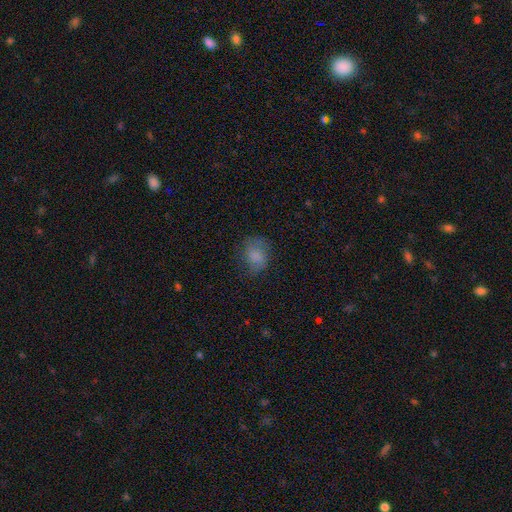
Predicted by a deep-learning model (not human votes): smooth-or-featured: smooth: 73% | featured or disk: 16% | star or artifact: 11%
  how-rounded: in between: 51% | round: 48% | cigar-shaped: 1%
  merging: none: 61% | minor disturbance: 24% | major disturbance: 14% | merger: 1%